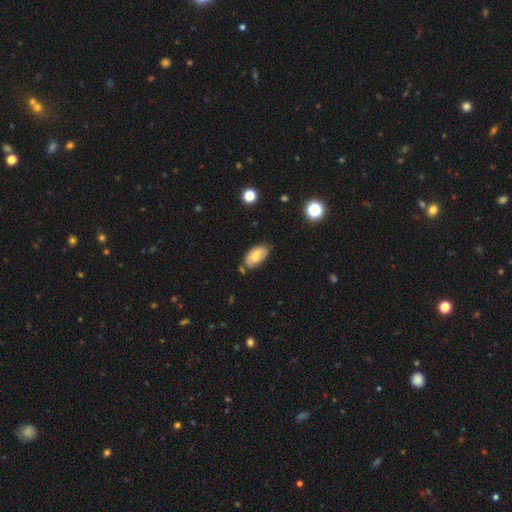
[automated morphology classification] Smooth or featured: smooth — 61% (featured or disk — 31%)
How rounded: in between — 93% (round — 4%)
Merging: none — 61% (minor disturbance — 28%)